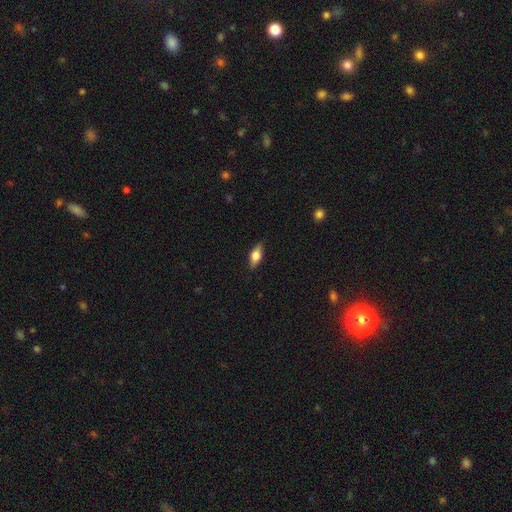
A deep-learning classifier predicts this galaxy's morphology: A smooth galaxy with no disk features (63%) that is in between round and cigar-shaped (77%).

Vote fractions:
- Smooth or featured? smooth: 63% / featured or disk: 30% / star or artifact: 7%
- How rounded? in between: 77% / cigar-shaped: 18% / round: 5%
- Merging? none: 85% / minor disturbance: 11% / major disturbance: 2% / merger: 1%